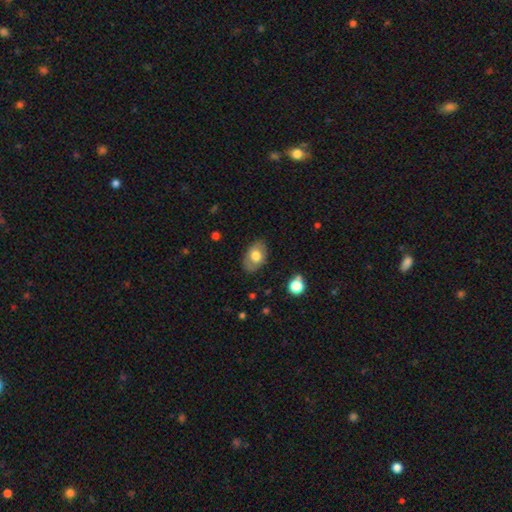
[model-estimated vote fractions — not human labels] This is likely a smooth galaxy (70%). How rounded: clearly in between (88%). Merging: clearly none (81%).